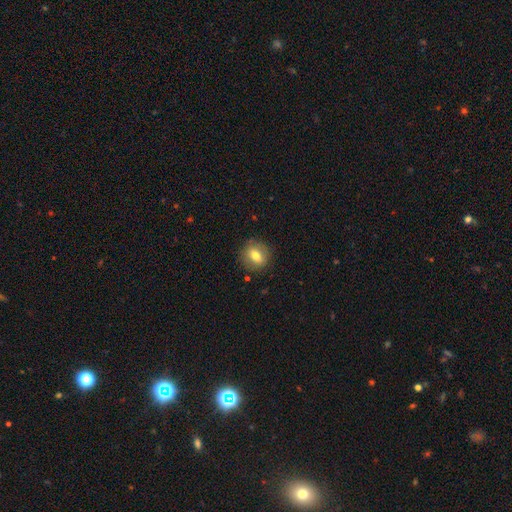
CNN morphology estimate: A smooth galaxy with no disk features (70%) that is round (72%). Merging: none (85%).